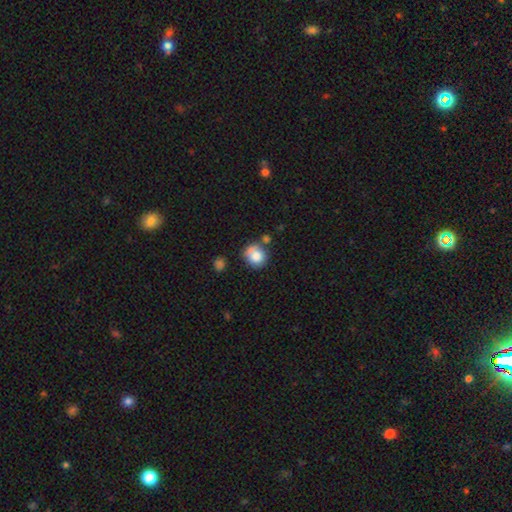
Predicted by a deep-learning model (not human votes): Smooth or featured? smooth (80%)
How rounded? round (78%)
Merging? none (52%)